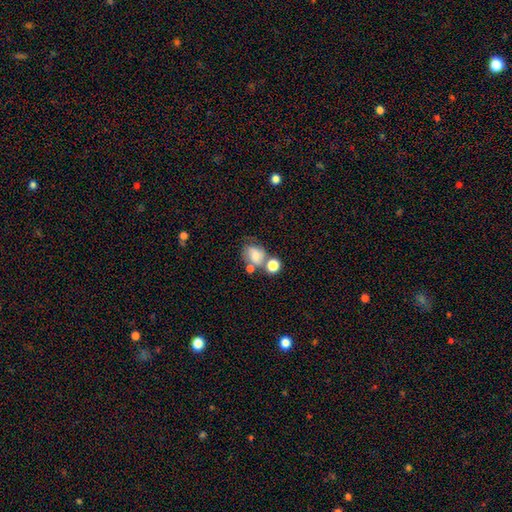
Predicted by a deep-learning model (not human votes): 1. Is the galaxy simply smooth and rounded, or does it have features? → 64% smooth, 24% featured or disk, 11% star or artifact.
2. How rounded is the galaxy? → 51% in between, 48% round, 1% cigar-shaped.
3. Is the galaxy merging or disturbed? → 35% merger, 34% none, 18% minor disturbance, 13% major disturbance.